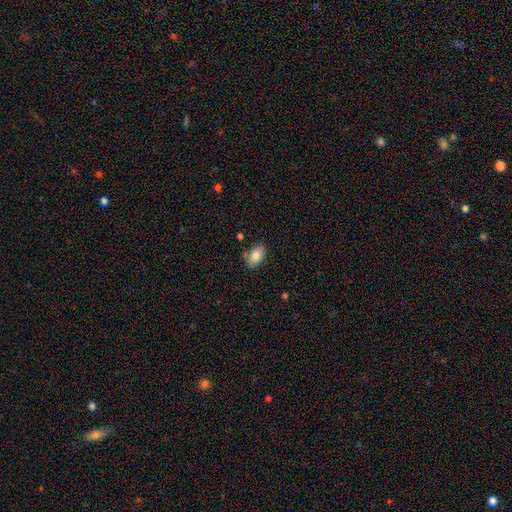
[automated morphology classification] Overall: smooth (84%). How rounded: in between (89%). Merging: none (80%).